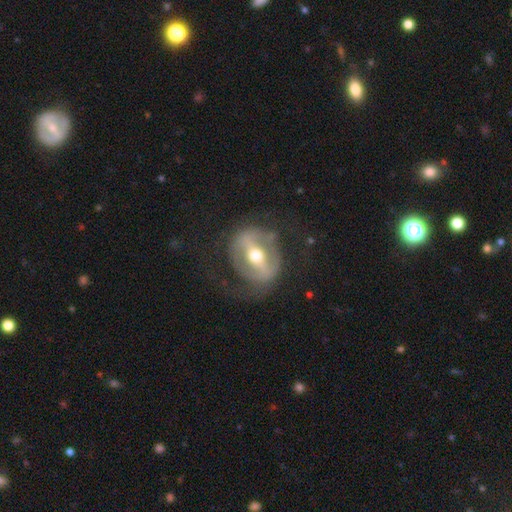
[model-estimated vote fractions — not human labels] This is likely a featured or disk galaxy (79%). It is clearly not viewed edge-on (89%). Bar: likely strong (71%). Spiral arm pattern: possibly no (57%). Central bulge: likely moderate (76%). Merging: likely none (66%).